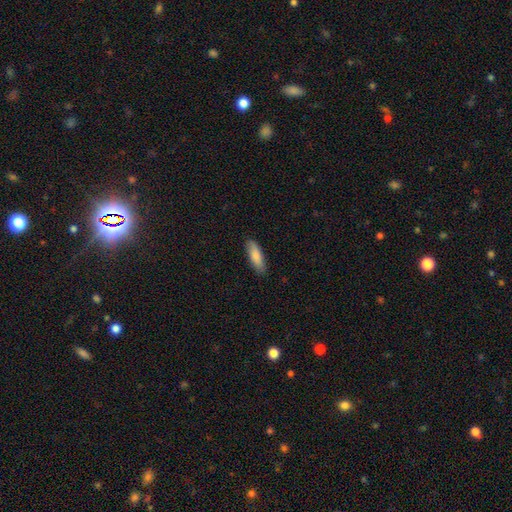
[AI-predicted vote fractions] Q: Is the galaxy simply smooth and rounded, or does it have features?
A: smooth — 84%.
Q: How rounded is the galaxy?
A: cigar-shaped — 50%.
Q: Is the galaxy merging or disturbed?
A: none — 87%.